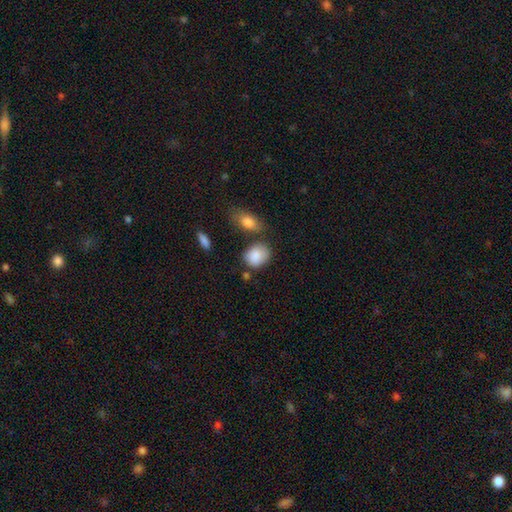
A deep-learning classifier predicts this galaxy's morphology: type=smooth (87%); roundness=in between (59%); merging=none (57%).